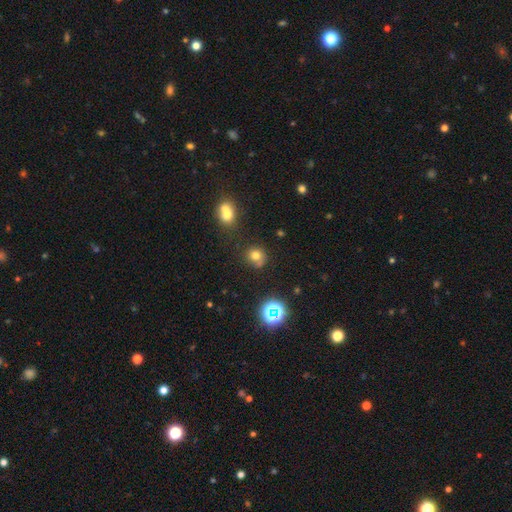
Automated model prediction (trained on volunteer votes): Overall: smooth (71%). How rounded: round (81%). Merging: none (65%).